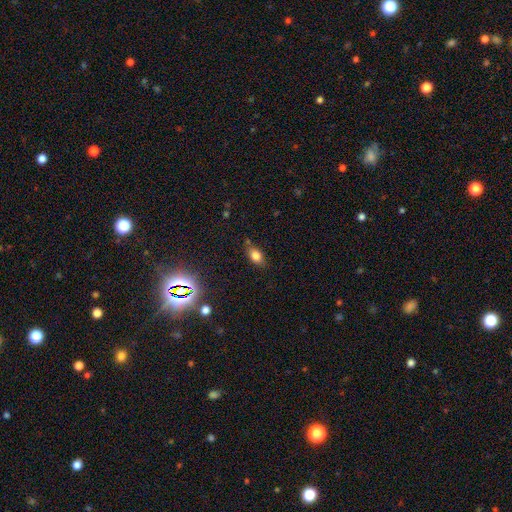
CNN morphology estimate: smooth_or_featured: smooth (p=0.78) [alt: star or artifact p=0.13]
how_rounded: in between (p=0.82) [alt: round p=0.15]
merging: none (p=0.75) [alt: minor disturbance p=0.17]